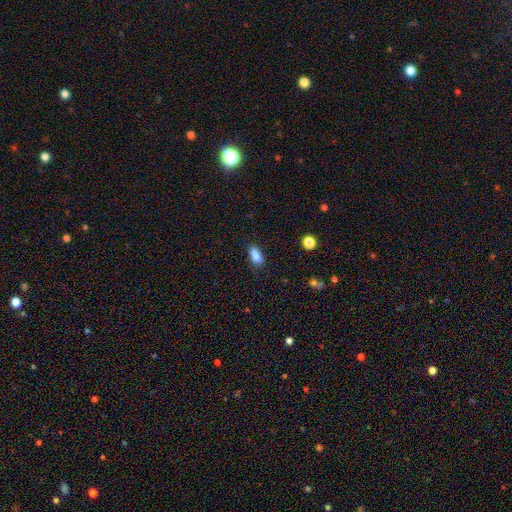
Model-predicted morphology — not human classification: smooth_or_featured: smooth (p=0.81) [alt: star or artifact p=0.10]
how_rounded: in between (p=0.81) [alt: cigar-shaped p=0.14]
merging: none (p=0.64) [alt: minor disturbance p=0.23]